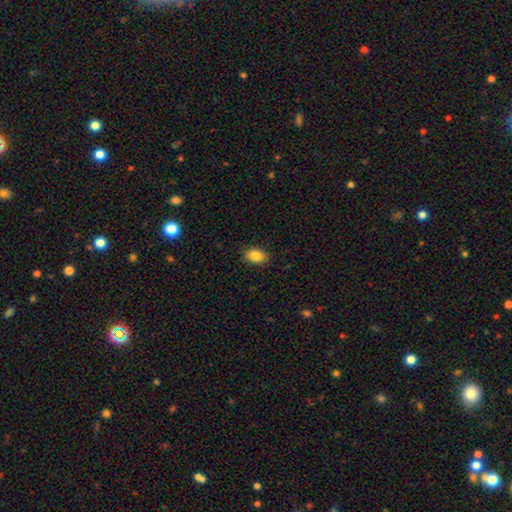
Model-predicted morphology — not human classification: smooth_or_featured: smooth (p=0.85) [alt: star or artifact p=0.08]
how_rounded: in between (p=0.79) [alt: round p=0.20]
merging: none (p=0.87) [alt: minor disturbance p=0.10]